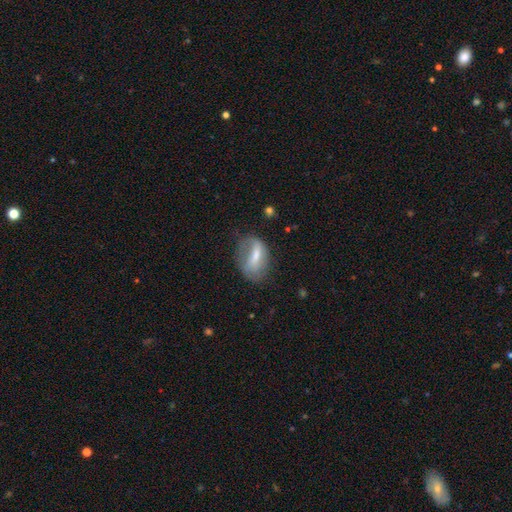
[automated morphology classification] This is possibly a featured or disk galaxy (46%). Merging: possibly none (53%).